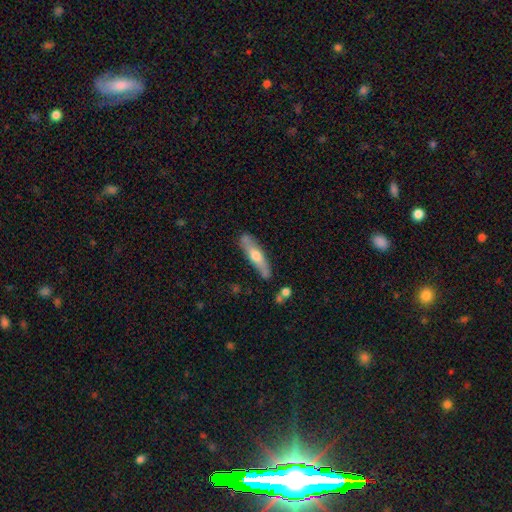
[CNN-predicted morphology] This appears to be a featured or disk galaxy (49%). Merging: none (79%).